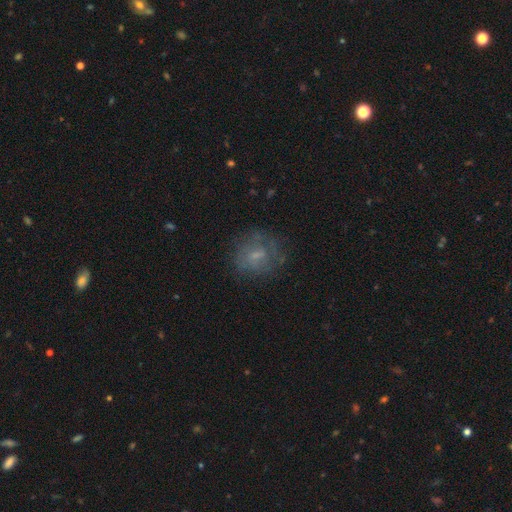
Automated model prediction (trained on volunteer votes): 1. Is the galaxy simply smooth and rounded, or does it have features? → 51% smooth, 35% featured or disk, 14% star or artifact.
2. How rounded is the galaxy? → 73% round, 26% in between, 1% cigar-shaped.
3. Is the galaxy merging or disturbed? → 67% none, 18% minor disturbance, 13% major disturbance, 2% merger.